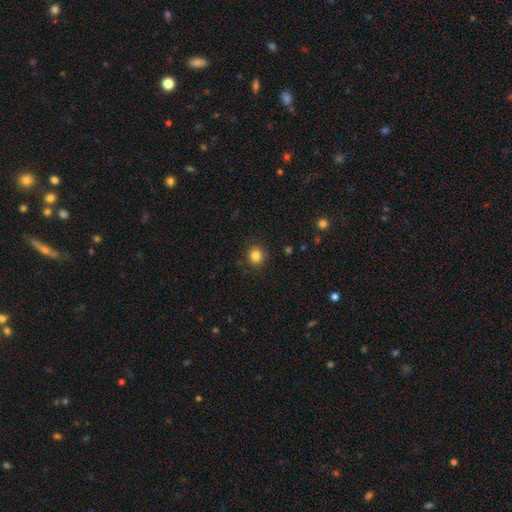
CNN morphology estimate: smooth 83%, star or artifact 11%, featured or disk 5%. Down the decision tree: how rounded — round (84%); merging — none (88%).